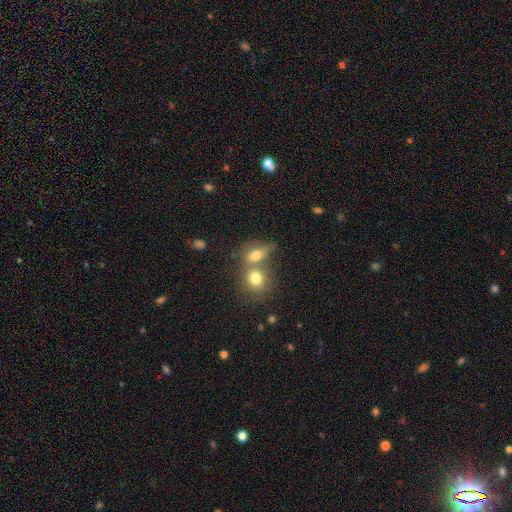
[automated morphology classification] Q: Smooth or featured?
A: smooth (72%); runner-up: featured or disk (16%)
Q: How rounded?
A: in between (58%); runner-up: round (38%)
Q: Merging?
A: merger (60%); runner-up: none (27%)